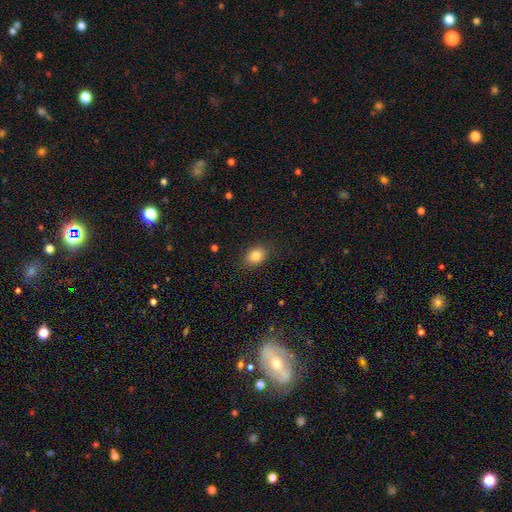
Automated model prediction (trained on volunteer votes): Smooth or featured? smooth (84%)
How rounded? in between (69%)
Merging? none (86%)